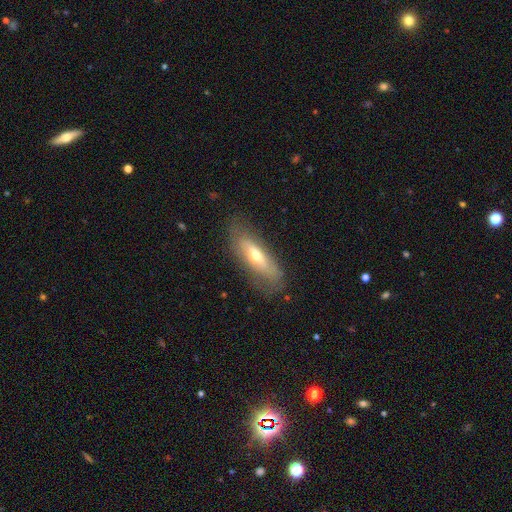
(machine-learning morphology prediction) Smooth or featured? smooth (47%)
Merging? none (74%)